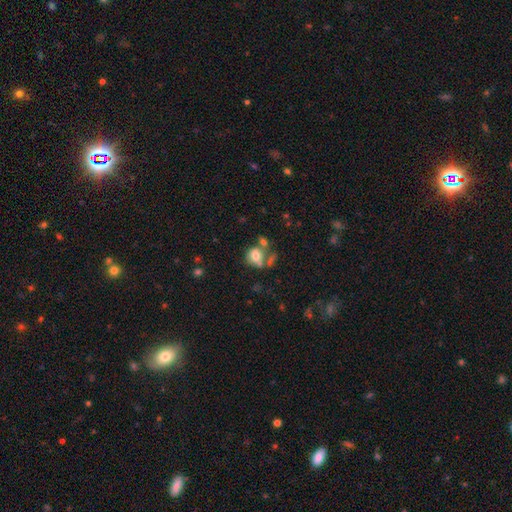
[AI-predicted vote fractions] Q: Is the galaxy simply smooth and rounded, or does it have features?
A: smooth — 73%.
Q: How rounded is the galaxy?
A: round — 65%.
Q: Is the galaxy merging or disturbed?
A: none — 40%.